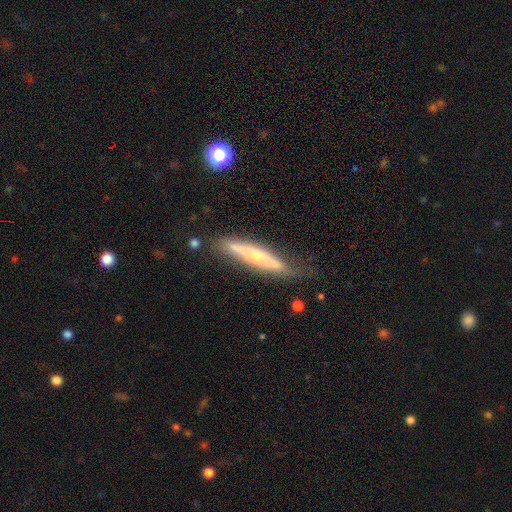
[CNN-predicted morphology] A featured or disk galaxy (60%) viewed edge-on (67%). Merging: none (61%).